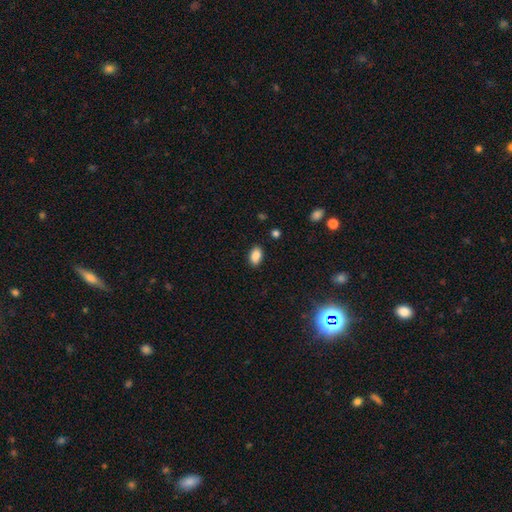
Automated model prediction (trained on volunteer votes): A smooth galaxy with no disk features (88%) that is in between round and cigar-shaped (91%).

Vote fractions:
- Smooth or featured? smooth: 88% / star or artifact: 9% / featured or disk: 3%
- How rounded? in between: 91% / round: 8% / cigar-shaped: 2%
- Merging? none: 86% / minor disturbance: 10% / major disturbance: 2% / merger: 1%